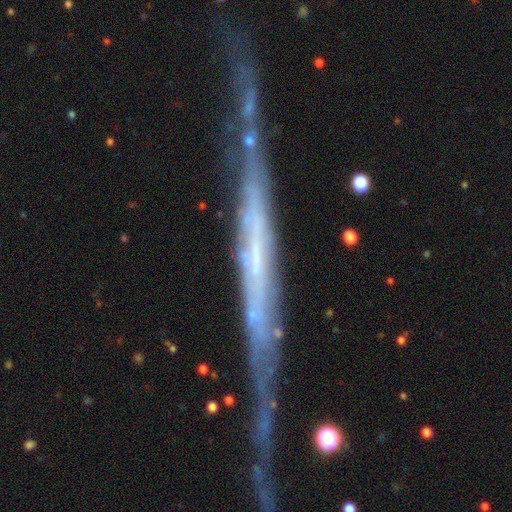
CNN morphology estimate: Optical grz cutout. It shows a featured or disk galaxy (75%) viewed edge-on (91%) with no central bulge (76%). Merging: none (67%).